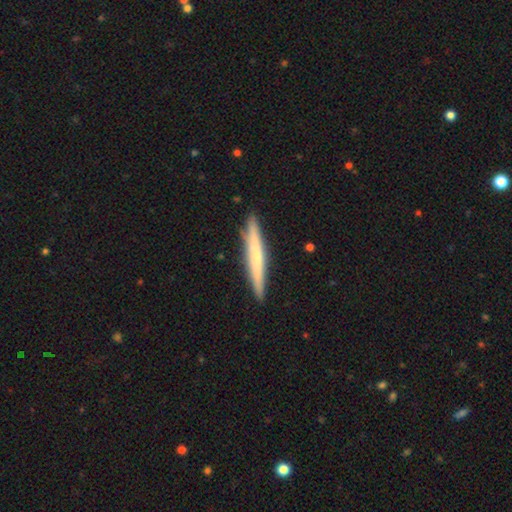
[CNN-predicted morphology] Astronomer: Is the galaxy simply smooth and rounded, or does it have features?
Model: smooth — 53% (runner-up: featured or disk, 41%).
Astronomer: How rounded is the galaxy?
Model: cigar-shaped — 96%.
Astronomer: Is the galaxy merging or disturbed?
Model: none — 91%.